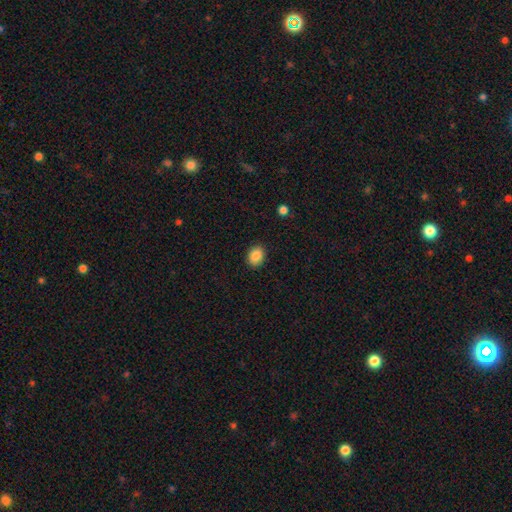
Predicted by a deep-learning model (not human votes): This is clearly a smooth galaxy (88%). How rounded: possibly in between (55%). Merging: clearly none (89%).